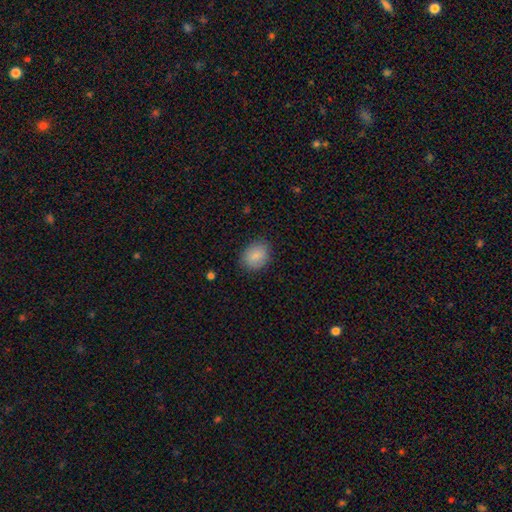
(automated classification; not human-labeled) A smooth galaxy with no disk features (87%) that is round (51%). Merging: none (84%).